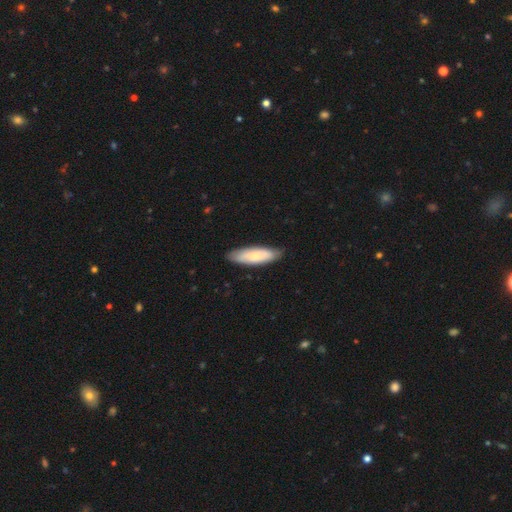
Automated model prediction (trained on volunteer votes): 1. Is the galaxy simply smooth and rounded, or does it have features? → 69% smooth, 26% featured or disk, 5% star or artifact.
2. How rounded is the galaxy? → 52% cigar-shaped, 46% in between, 2% round.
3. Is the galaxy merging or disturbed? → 83% none, 14% minor disturbance, 2% major disturbance, 1% merger.